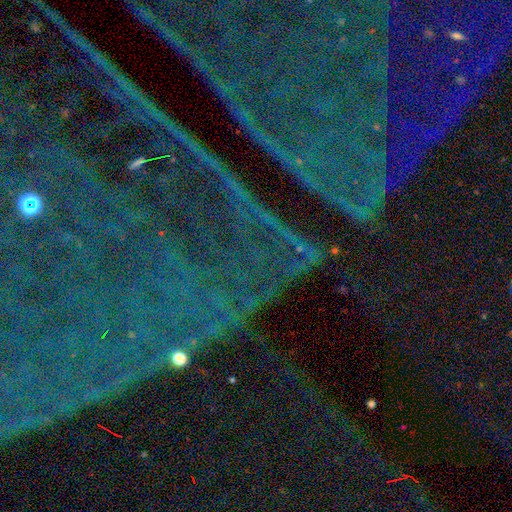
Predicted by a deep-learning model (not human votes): This appears to be a star or artifact, not a galaxy (86%).